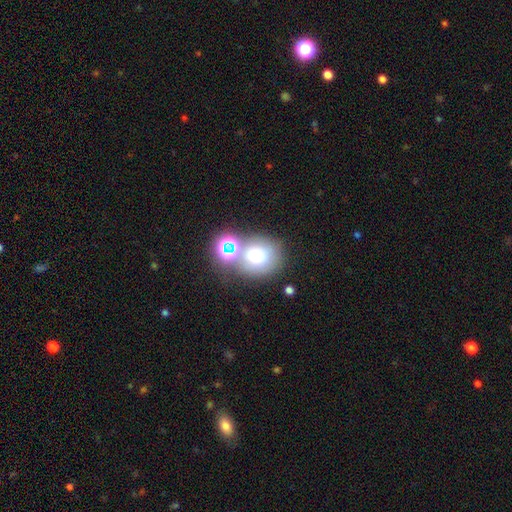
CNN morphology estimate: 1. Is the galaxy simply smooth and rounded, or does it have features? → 65% smooth, 19% star or artifact, 15% featured or disk.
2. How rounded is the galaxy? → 78% round, 21% in between, 1% cigar-shaped.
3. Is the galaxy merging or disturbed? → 58% none, 24% merger, 13% minor disturbance, 6% major disturbance.